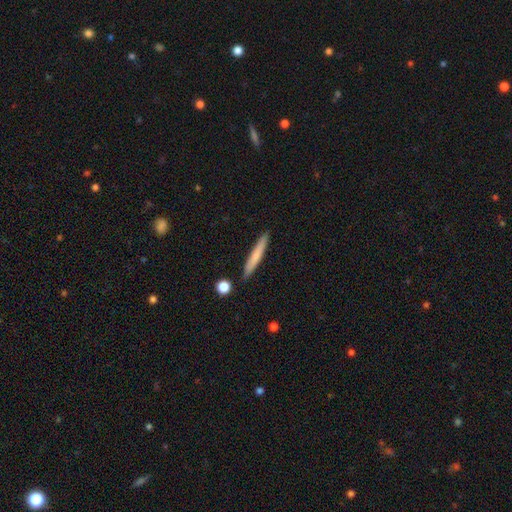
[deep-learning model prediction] Smooth or featured? smooth (69%)
How rounded? cigar-shaped (95%)
Merging? none (89%)